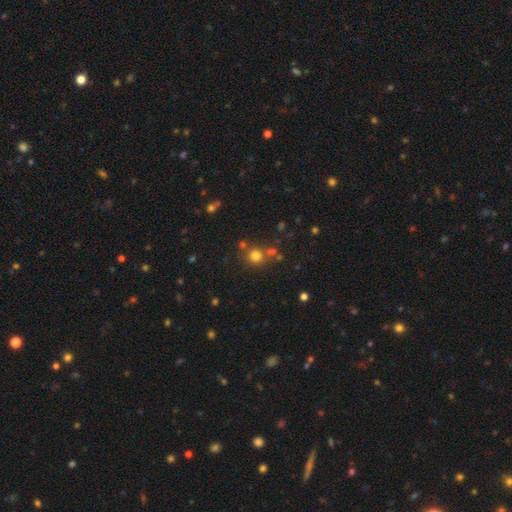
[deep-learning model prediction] Smooth or featured? smooth (75%)
How rounded? round (90%)
Merging? none (71%)